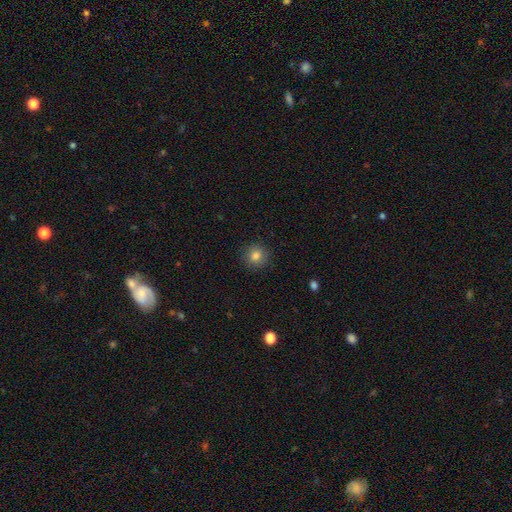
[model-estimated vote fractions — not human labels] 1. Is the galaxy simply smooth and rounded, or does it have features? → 83% smooth, 11% star or artifact, 6% featured or disk.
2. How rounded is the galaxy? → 88% round, 11% in between, 1% cigar-shaped.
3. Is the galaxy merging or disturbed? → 88% none, 8% minor disturbance, 2% major disturbance, 1% merger.